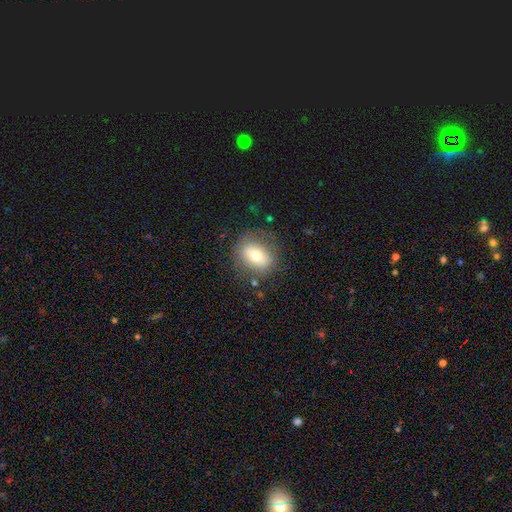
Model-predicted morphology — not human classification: This is likely a smooth galaxy (66%). How rounded: possibly in between (56%). Merging: likely none (77%).